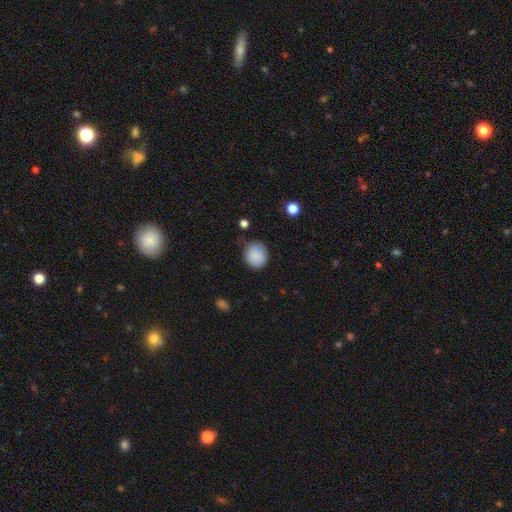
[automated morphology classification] This is clearly a smooth galaxy (86%). How rounded: clearly round (84%). Merging: likely none (70%).